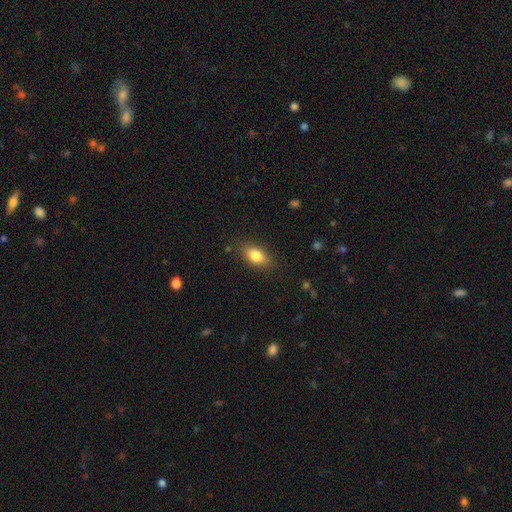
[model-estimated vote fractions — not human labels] Smooth or featured? Predicted: smooth (p=0.83). How rounded? Predicted: in between (p=0.86). Merging? Predicted: none (p=0.84).